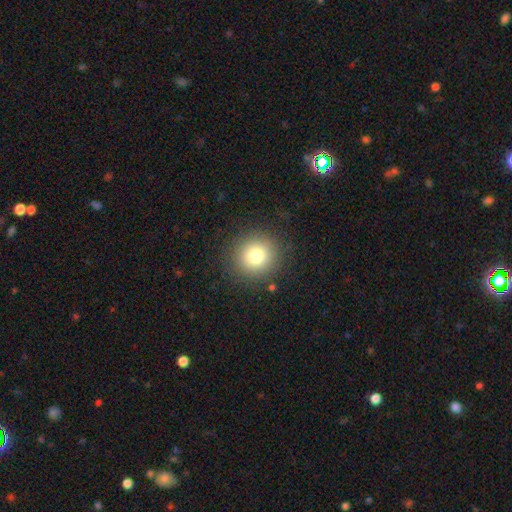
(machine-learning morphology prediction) Smooth or featured? Predicted: smooth (p=0.78). How rounded? Predicted: round (p=0.92). Merging? Predicted: none (p=0.88).